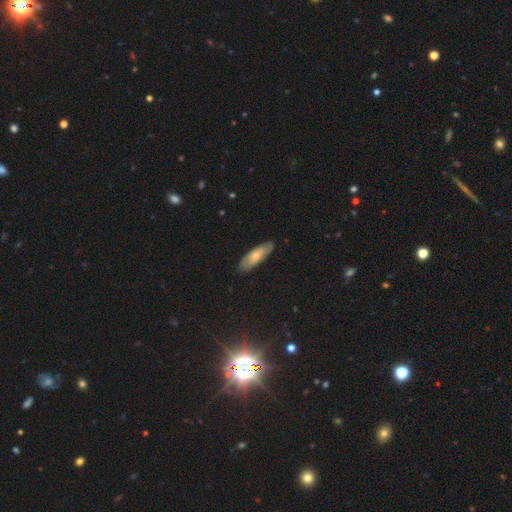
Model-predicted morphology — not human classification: Smooth or featured? smooth (62%)
How rounded? in between (58%)
Merging? none (85%)